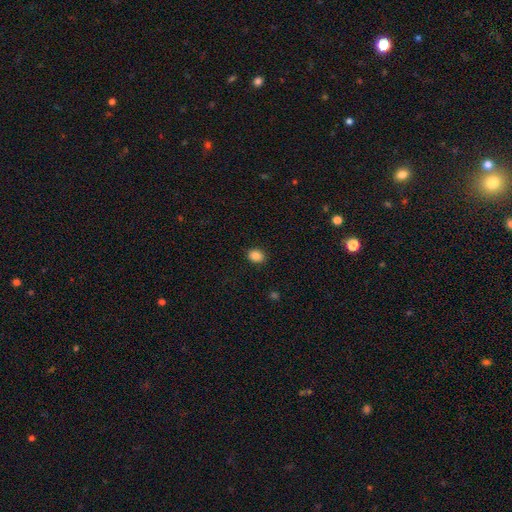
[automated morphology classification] smooth 84%, star or artifact 10%, featured or disk 6%. Down the decision tree: how rounded — round (50%); merging — none (89%).